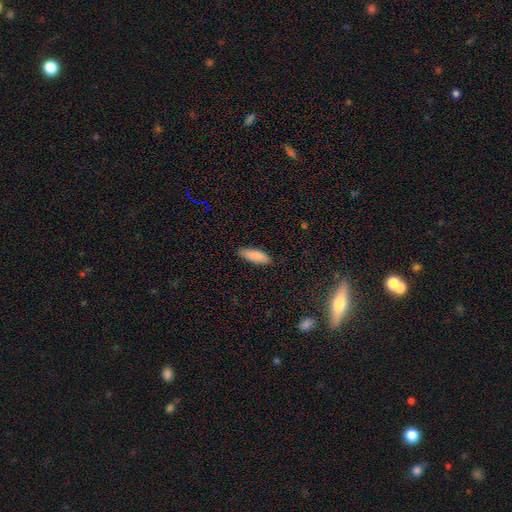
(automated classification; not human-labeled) Morphology: type=smooth (89%); roundness=in between (60%); merging=none (88%).